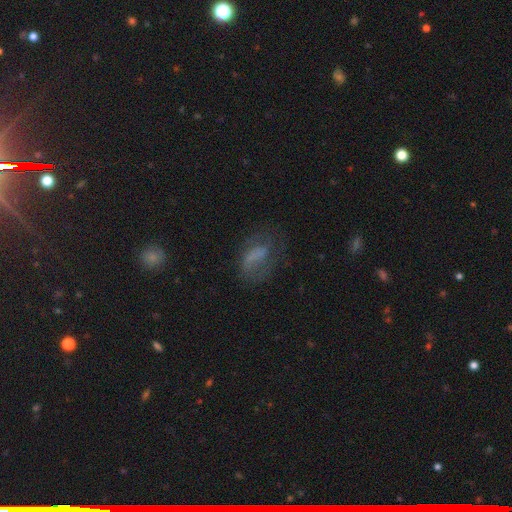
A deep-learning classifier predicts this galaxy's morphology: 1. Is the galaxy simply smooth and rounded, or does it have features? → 43% smooth, 42% featured or disk, 15% star or artifact.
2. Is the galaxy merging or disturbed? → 45% none, 29% major disturbance, 23% minor disturbance, 3% merger.